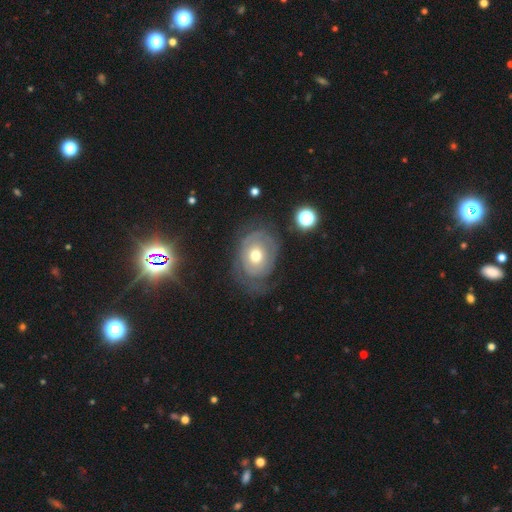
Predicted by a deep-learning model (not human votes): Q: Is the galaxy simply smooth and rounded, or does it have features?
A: featured or disk — 64%.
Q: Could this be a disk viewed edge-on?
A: no — 95%.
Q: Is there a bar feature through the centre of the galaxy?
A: no — 86%.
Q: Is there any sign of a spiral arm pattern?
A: yes — 59%.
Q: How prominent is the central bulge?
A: moderate — 71%.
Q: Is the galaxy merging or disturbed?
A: none — 55%.